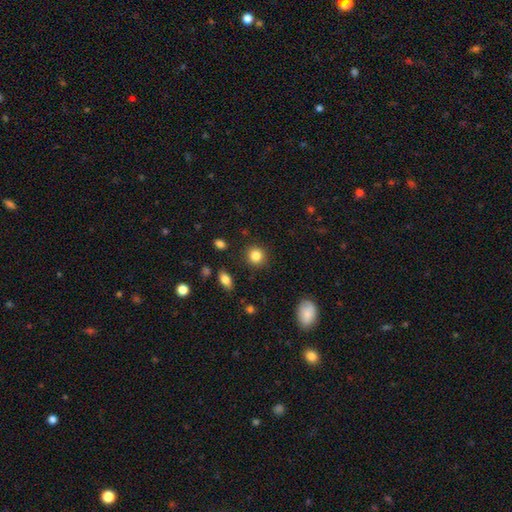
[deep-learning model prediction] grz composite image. It shows a smooth galaxy with no disk features (84%) that is round (89%). Merging: none (89%).